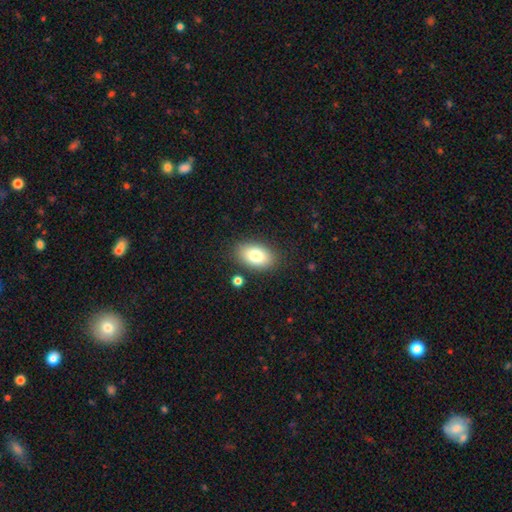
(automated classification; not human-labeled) Smooth or featured: smooth — 80% (featured or disk — 12%)
How rounded: in between — 90% (round — 9%)
Merging: none — 84% (minor disturbance — 10%)